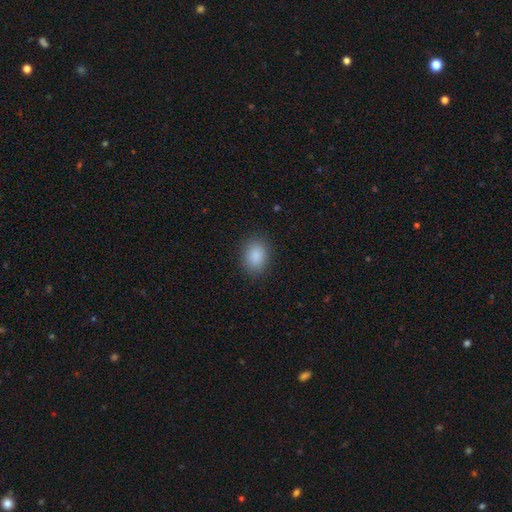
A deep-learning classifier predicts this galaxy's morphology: type=smooth (88%); roundness=in between (67%); merging=none (88%).